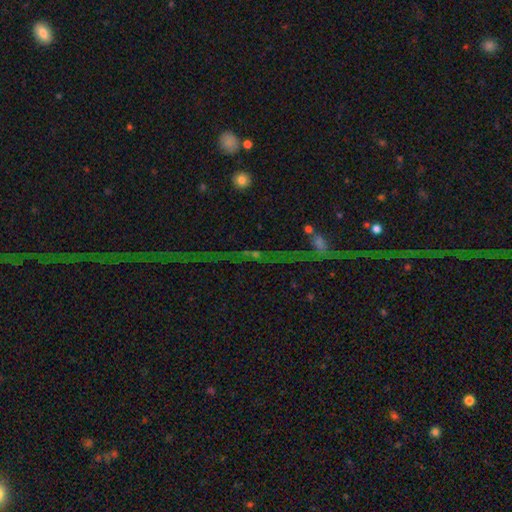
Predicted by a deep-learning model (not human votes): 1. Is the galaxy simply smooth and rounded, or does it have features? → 68% star or artifact, 19% featured or disk, 13% smooth.